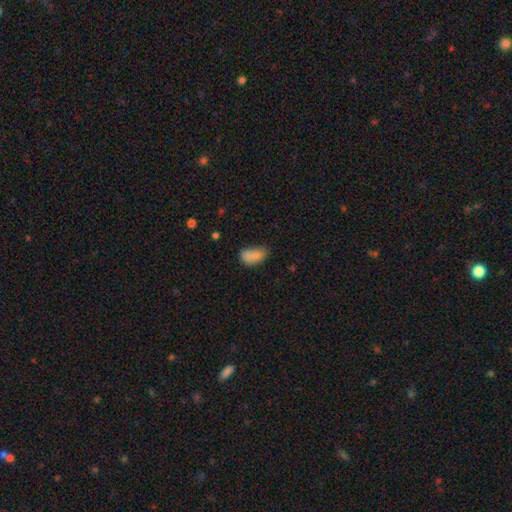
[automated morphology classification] This is clearly a smooth galaxy (81%). How rounded: clearly in between (90%). Merging: possibly none (49%).